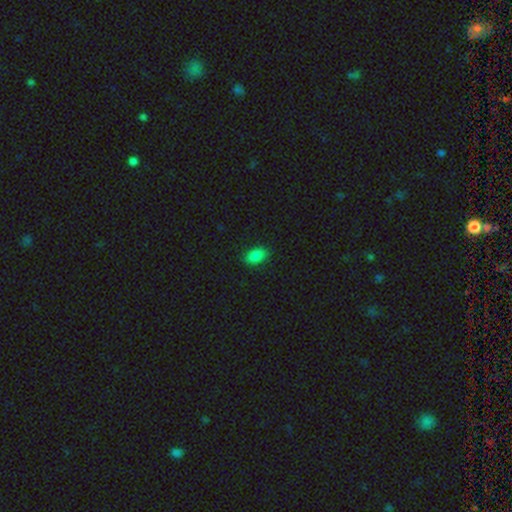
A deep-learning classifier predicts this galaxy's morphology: Smooth or featured?
  - smooth: 86% *
  - star or artifact: 11%
  - featured or disk: 4%
How rounded?
  - in between: 90% *
  - round: 8%
  - cigar-shaped: 2%
Merging?
  - none: 86% *
  - minor disturbance: 10%
  - major disturbance: 2%
  - merger: 1%